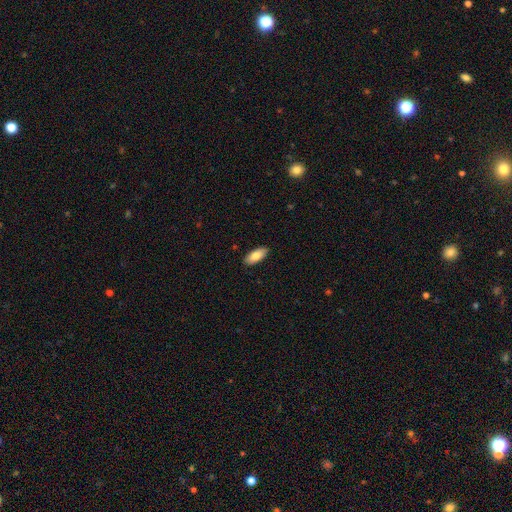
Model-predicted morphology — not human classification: smooth 83%, featured or disk 12%, star or artifact 6%. Down the decision tree: how rounded — in between (84%); merging — none (89%).